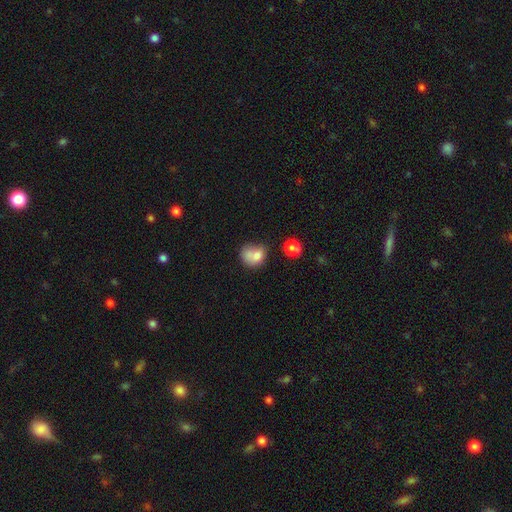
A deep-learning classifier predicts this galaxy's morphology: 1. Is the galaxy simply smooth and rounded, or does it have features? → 74% smooth, 15% featured or disk, 11% star or artifact.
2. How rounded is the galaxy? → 62% round, 37% in between, 1% cigar-shaped.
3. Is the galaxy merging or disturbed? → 35% none, 26% minor disturbance, 21% merger, 17% major disturbance.